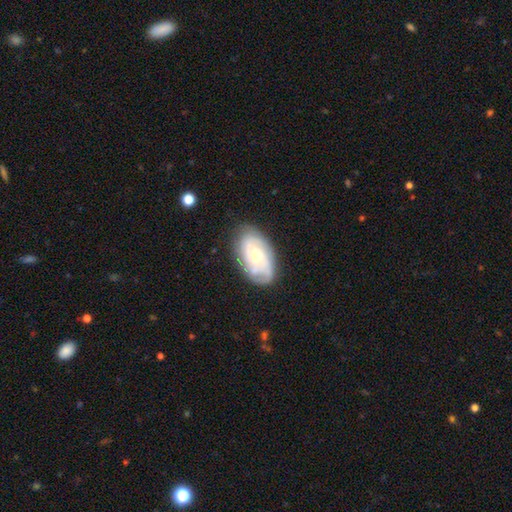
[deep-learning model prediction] The model was most divided on "bulge size": moderate: 49%, small: 46%, large: 3%, none: 2%, dominant: 1%. Remaining: edge-on disk — no (95%); spiral arms — yes (86%); merging — none (74%); bar — no (70%); smooth or featured — featured or disk (67%); spiral winding — tight (56%); spiral arm count — can't tell (40%).